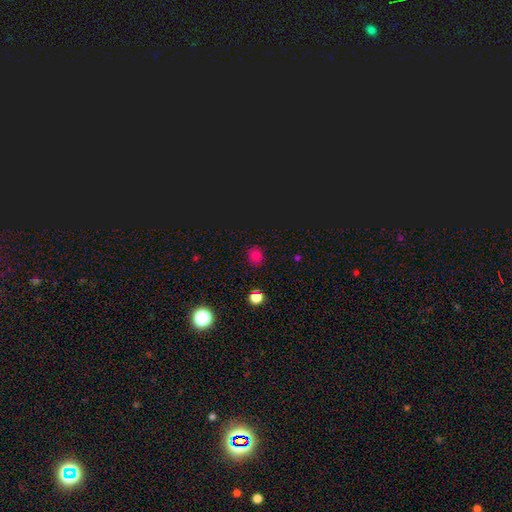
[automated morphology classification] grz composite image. It shows a smooth galaxy with no disk features (71%) that is round (83%). Merging: none (88%).